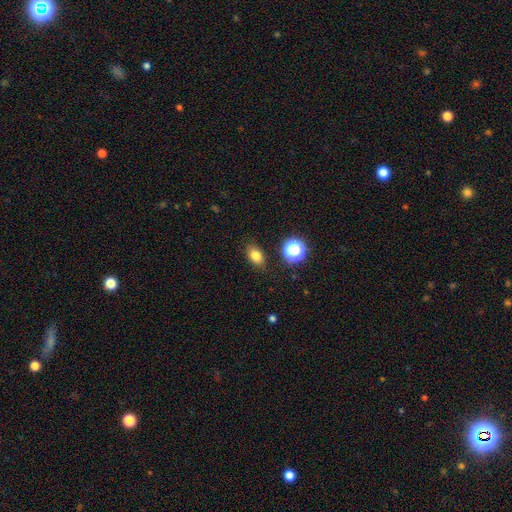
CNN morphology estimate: This appears to be a smooth galaxy with no disk features (79%) that is in between round and cigar-shaped (79%). Merging: none (84%).